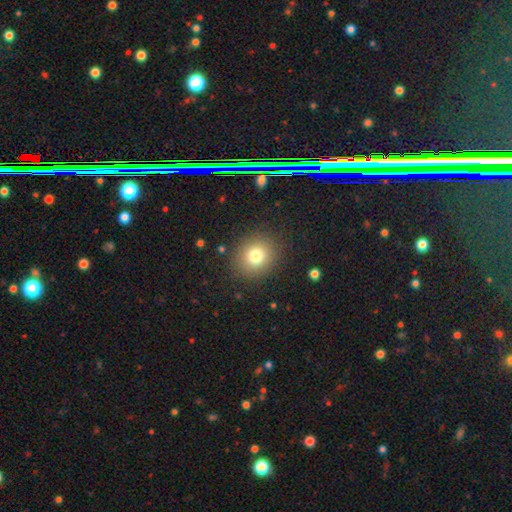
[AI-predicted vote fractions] Smooth or featured? smooth (77%)
How rounded? round (83%)
Merging? none (88%)